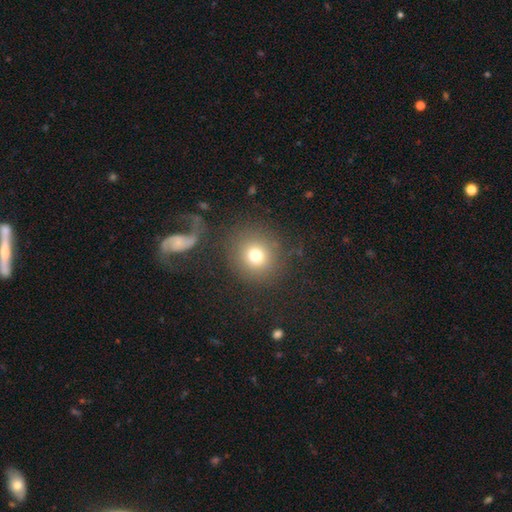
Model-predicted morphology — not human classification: smooth_or_featured: smooth (p=0.75) [alt: star or artifact p=0.14]
how_rounded: round (p=0.88) [alt: in between p=0.11]
merging: none (p=0.79) [alt: minor disturbance p=0.09]